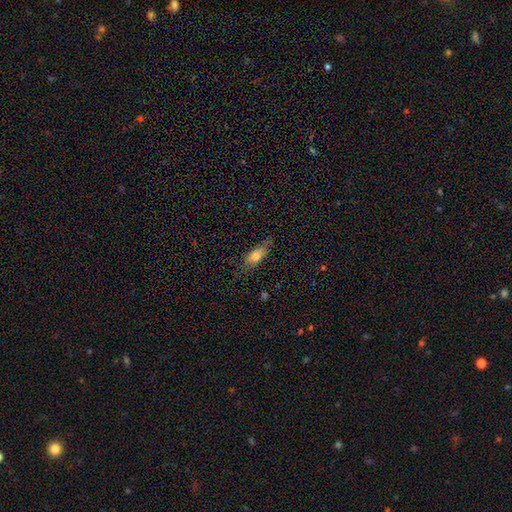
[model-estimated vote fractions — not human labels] Morphology: type=smooth (72%); roundness=in between (68%); merging=none (71%).